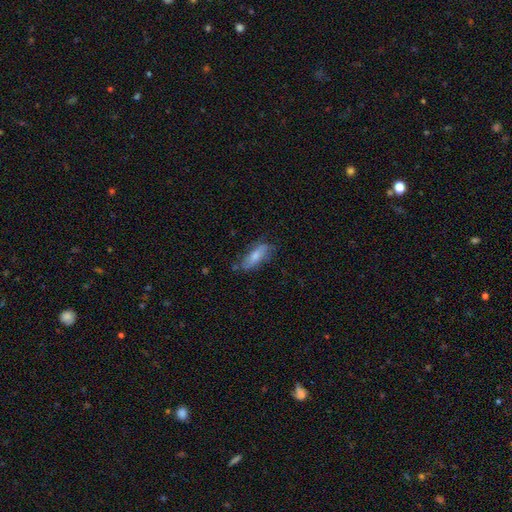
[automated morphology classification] Smooth or featured? Predicted: smooth (p=0.69). How rounded? Predicted: in between (p=0.62). Merging? Predicted: none (p=0.68).